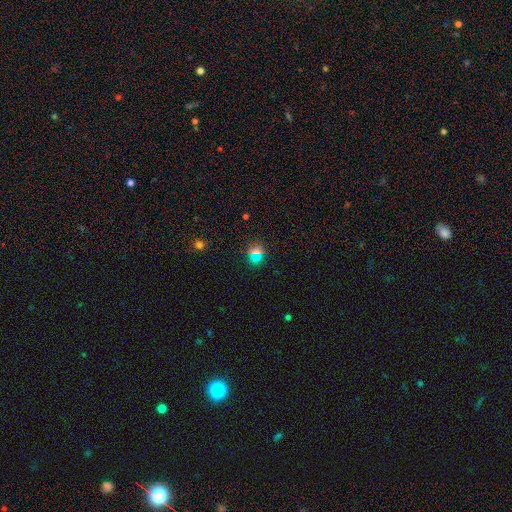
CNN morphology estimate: The model was most divided on "smooth or featured": smooth: 62%, star or artifact: 29%, featured or disk: 9%. More confident: merging — none (83%); how rounded — round (83%).